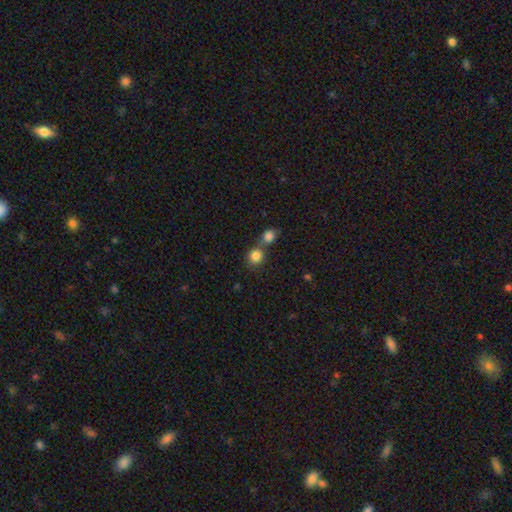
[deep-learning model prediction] Morphology: type=smooth (83%); roundness=round (82%); merging=none (48%).